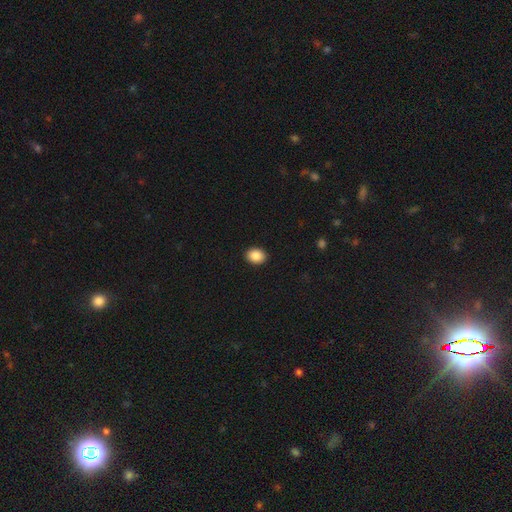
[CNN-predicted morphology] This is clearly a smooth galaxy (89%). How rounded: possibly in between (53%). Merging: clearly none (92%).